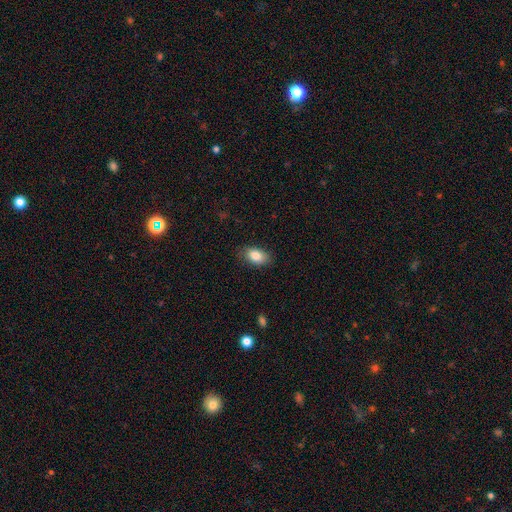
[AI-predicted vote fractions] smooth 84%, featured or disk 8%, star or artifact 7%. Down the decision tree: how rounded — in between (91%); merging — none (85%).